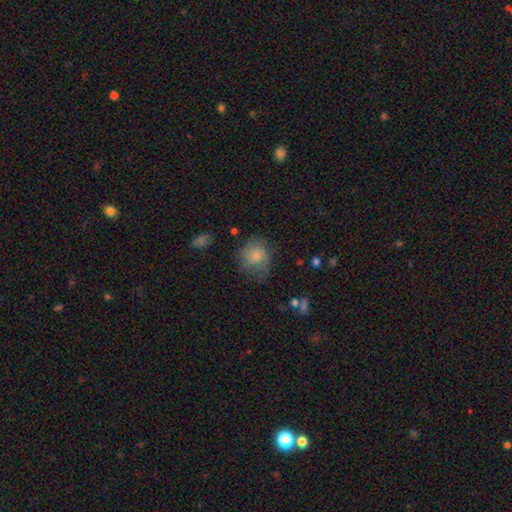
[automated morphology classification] Smooth or featured?
  - smooth: 70% *
  - featured or disk: 21%
  - star or artifact: 9%
How rounded?
  - round: 74% *
  - in between: 25%
  - cigar-shaped: 1%
Merging?
  - none: 55% *
  - minor disturbance: 27%
  - major disturbance: 16%
  - merger: 2%